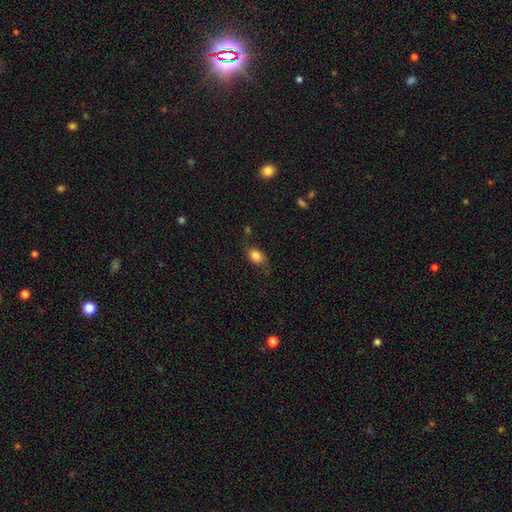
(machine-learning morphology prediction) Overall: smooth (82%). How rounded: in between (74%). Merging: none (65%).